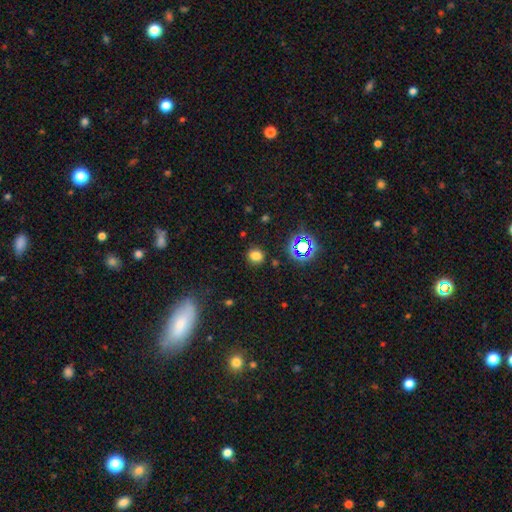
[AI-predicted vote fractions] Q: Smooth or featured?
A: smooth (73%); runner-up: star or artifact (21%)
Q: How rounded?
A: round (73%); runner-up: in between (26%)
Q: Merging?
A: none (87%); runner-up: minor disturbance (8%)